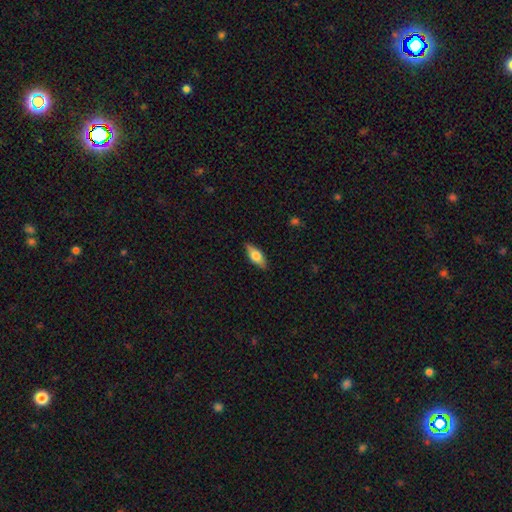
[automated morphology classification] Q: Smooth or featured?
A: smooth (60%); runner-up: featured or disk (34%)
Q: How rounded?
A: in between (70%); runner-up: cigar-shaped (26%)
Q: Merging?
A: none (87%); runner-up: minor disturbance (10%)